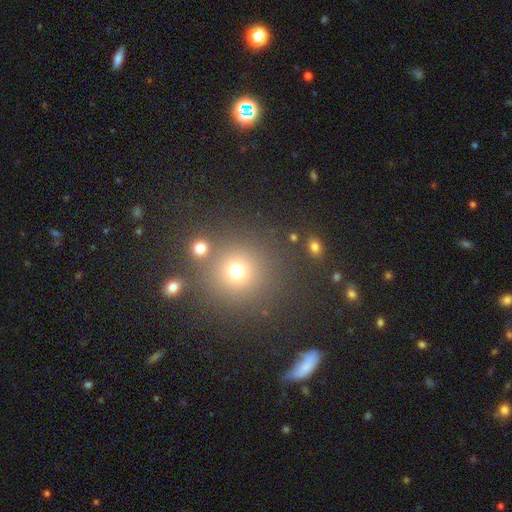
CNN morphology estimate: Q: Smooth or featured?
A: smooth (60%); runner-up: star or artifact (30%)
Q: How rounded?
A: round (93%); runner-up: in between (6%)
Q: Merging?
A: none (81%); runner-up: minor disturbance (7%)